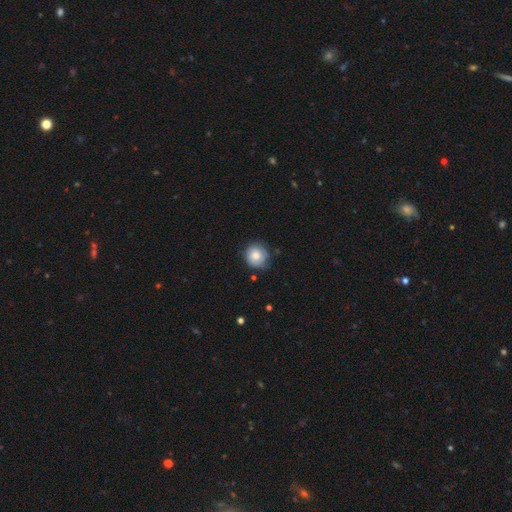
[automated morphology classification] Overall: smooth (77%). How rounded: round (91%). Merging: none (75%).